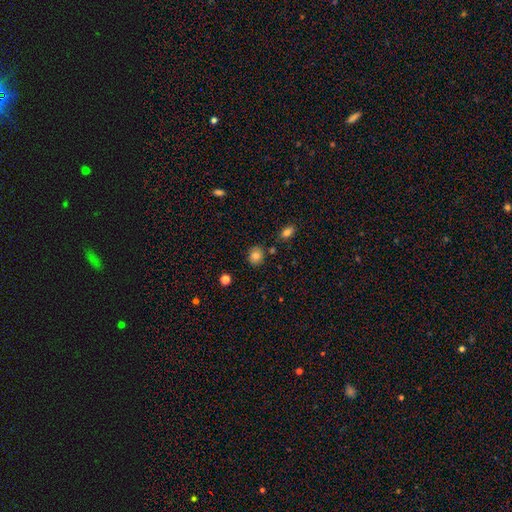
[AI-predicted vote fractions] Q: Smooth or featured?
A: smooth (82%); runner-up: star or artifact (10%)
Q: How rounded?
A: round (76%); runner-up: in between (23%)
Q: Merging?
A: none (84%); runner-up: minor disturbance (10%)